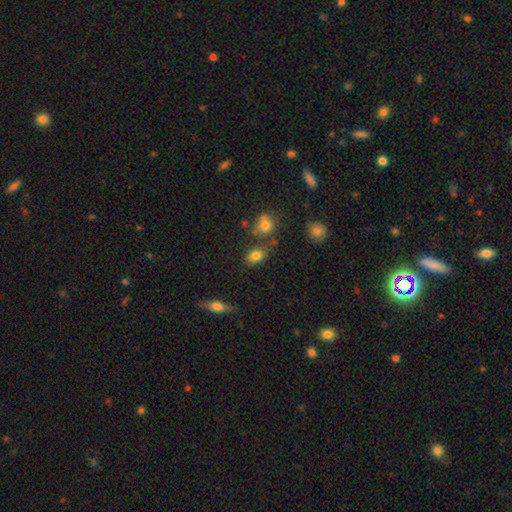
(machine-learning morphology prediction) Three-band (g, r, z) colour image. It shows a smooth galaxy with no disk features (79%) that is in between round and cigar-shaped (79%). Merging: none (67%).